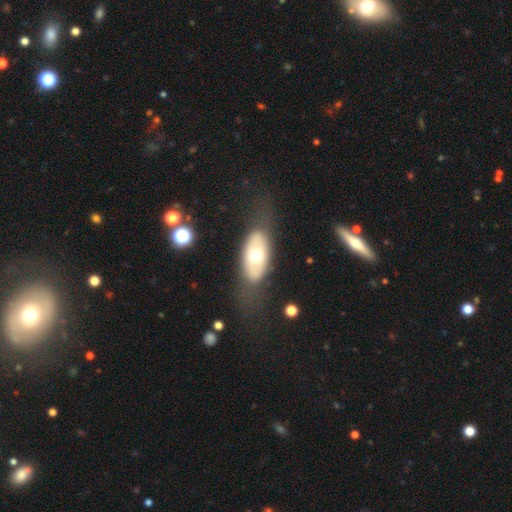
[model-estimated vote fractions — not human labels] Q: Smooth or featured?
A: smooth (51%); runner-up: featured or disk (43%)
Q: How rounded?
A: in between (88%); runner-up: cigar-shaped (7%)
Q: Merging?
A: none (66%); runner-up: minor disturbance (17%)